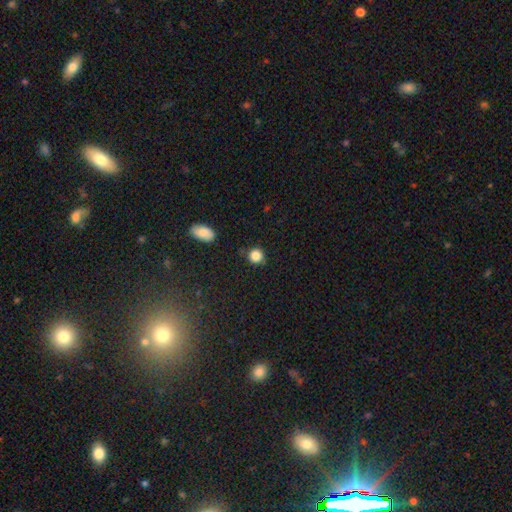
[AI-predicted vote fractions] A smooth galaxy with no disk features (86%) that is round (90%). Merging: none (83%).